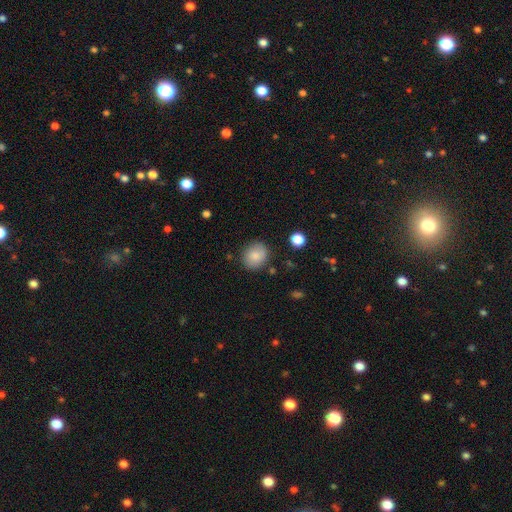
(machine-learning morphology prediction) smooth 83%, featured or disk 9%, star or artifact 9%. Down the decision tree: how rounded — round (73%); merging — none (83%).